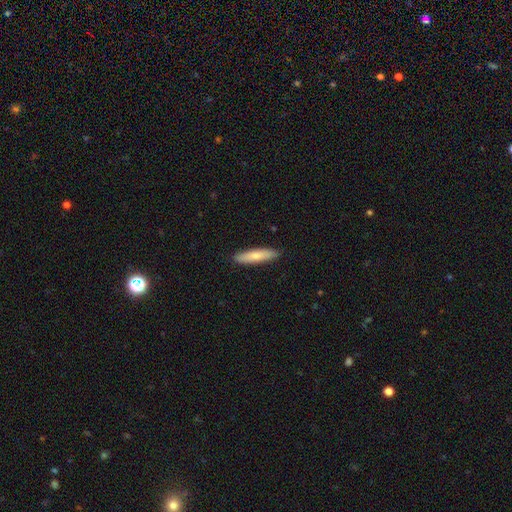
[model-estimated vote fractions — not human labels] Smooth or featured?
  - smooth: 75% *
  - featured or disk: 19%
  - star or artifact: 5%
How rounded?
  - cigar-shaped: 77% *
  - in between: 21%
  - round: 2%
Merging?
  - none: 90% *
  - minor disturbance: 7%
  - major disturbance: 1%
  - merger: 1%